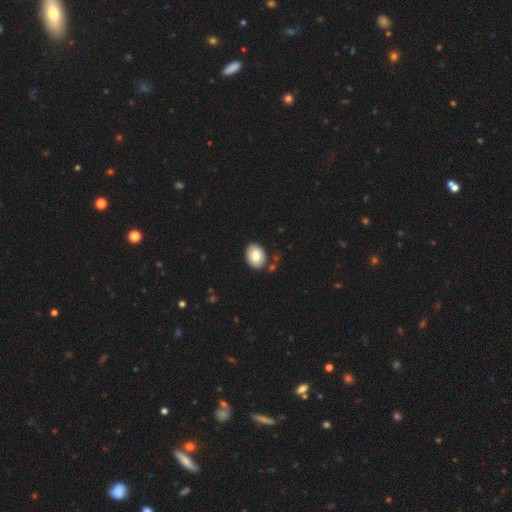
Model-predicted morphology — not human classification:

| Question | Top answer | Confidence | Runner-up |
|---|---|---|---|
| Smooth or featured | smooth | 80% | featured or disk (13%) |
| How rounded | in between | 65% | round (34%) |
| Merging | none | 83% | minor disturbance (10%) |